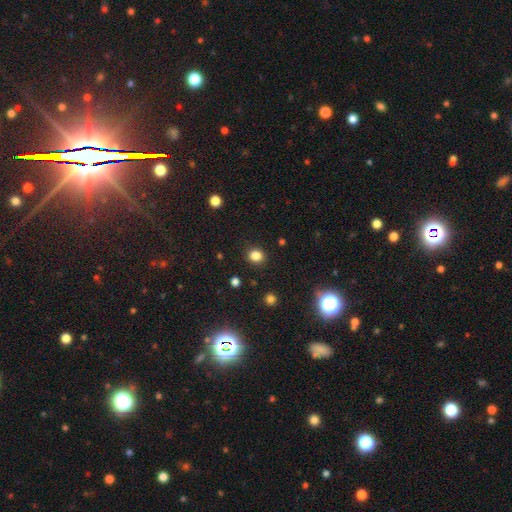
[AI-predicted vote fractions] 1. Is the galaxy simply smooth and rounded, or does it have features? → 83% smooth, 13% star or artifact, 4% featured or disk.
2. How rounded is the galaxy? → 81% round, 19% in between, 1% cigar-shaped.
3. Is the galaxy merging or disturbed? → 91% none, 6% minor disturbance, 2% major disturbance, 1% merger.